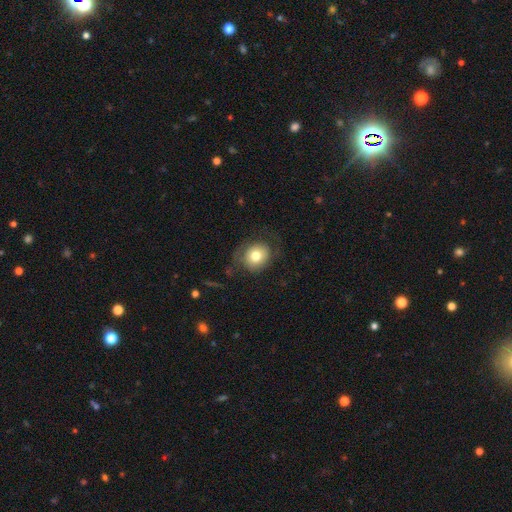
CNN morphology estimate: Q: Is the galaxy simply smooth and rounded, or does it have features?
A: smooth — 70%.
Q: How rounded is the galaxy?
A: round — 74%.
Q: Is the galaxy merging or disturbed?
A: none — 64%.